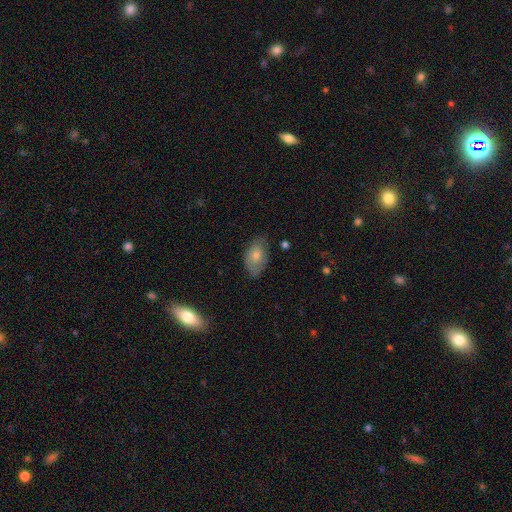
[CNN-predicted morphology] This appears to be a smooth galaxy with no disk features (71%) that is in between round and cigar-shaped (91%). Merging: none (64%).